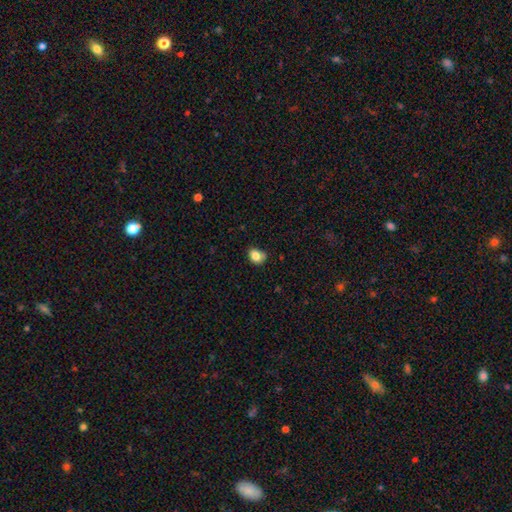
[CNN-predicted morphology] Overall: smooth (82%). How rounded: in between (53%; round 46%). Merging: none (64%; minor disturbance 27%).